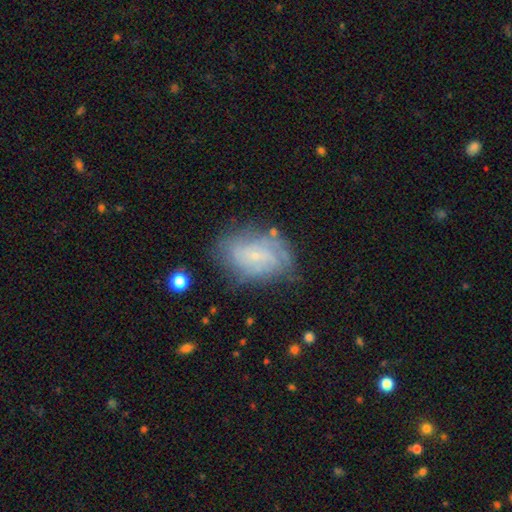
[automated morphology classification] featured or disk 67%, smooth 24%, star or artifact 9%. Down the decision tree: edge-on disk — no (96%); bar — no (61%); spiral arms — yes (85%); spiral arm count — can't tell (51%); spiral winding — tight (55%); bulge size — small (82%); merging — none (67%).